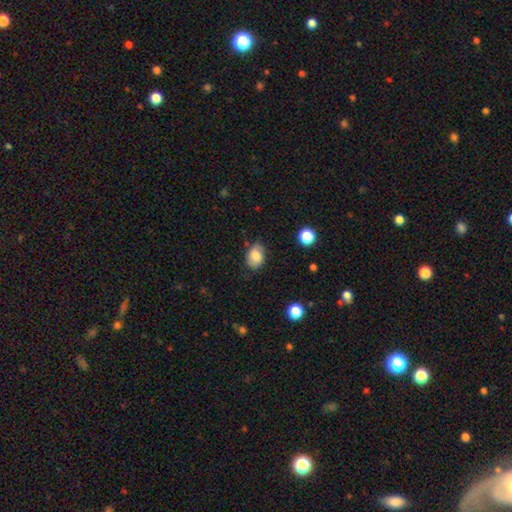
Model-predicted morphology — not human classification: Overall: smooth (80%). How rounded: in between (76%). Merging: none (76%).